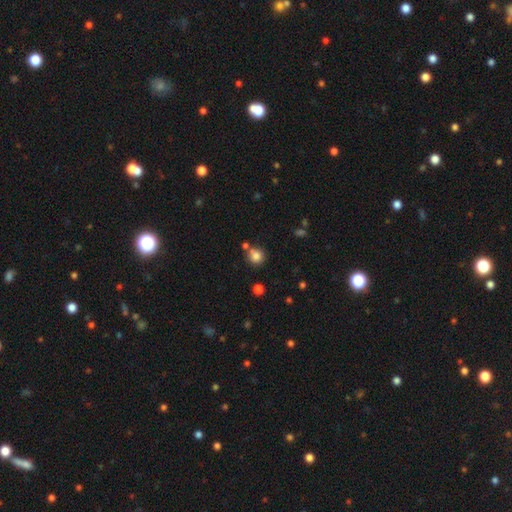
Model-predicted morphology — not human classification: This is clearly a smooth galaxy (82%). How rounded: clearly round (89%). Merging: likely none (68%).